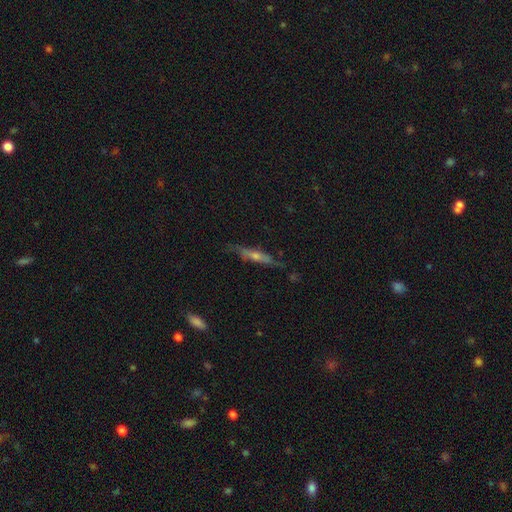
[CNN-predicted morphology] Smooth or featured? Predicted: featured or disk (p=0.62). Edge-on disk? Predicted: yes (p=0.82). Edge-on bulge? Predicted: rounded (p=0.72). Merging? Predicted: none (p=0.73).